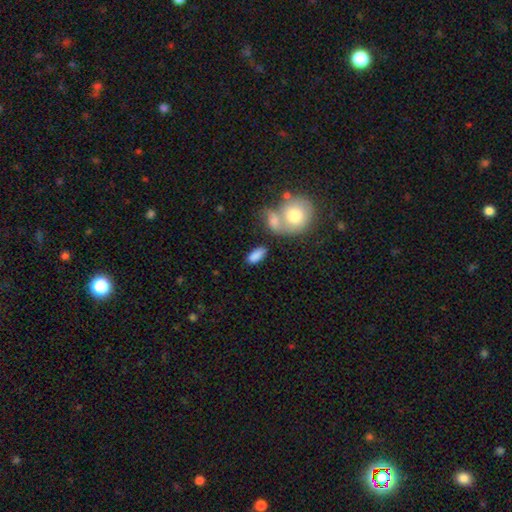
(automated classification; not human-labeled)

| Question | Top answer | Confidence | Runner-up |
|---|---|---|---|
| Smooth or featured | smooth | 85% | featured or disk (8%) |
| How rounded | in between | 87% | cigar-shaped (8%) |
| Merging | none | 64% | merger (18%) |